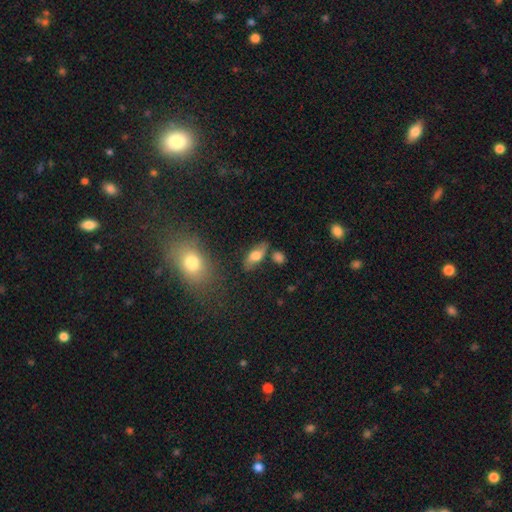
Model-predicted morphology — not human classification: smooth-or-featured: smooth: 61% | featured or disk: 31% | star or artifact: 8%
  how-rounded: in between: 77% | cigar-shaped: 17% | round: 6%
  merging: none: 71% | minor disturbance: 17% | merger: 7% | major disturbance: 5%